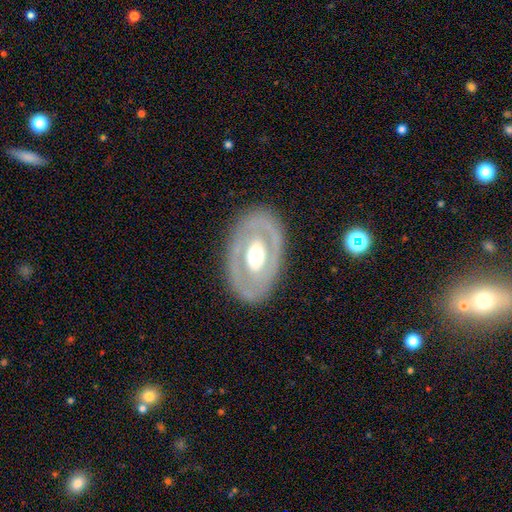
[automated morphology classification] smooth_or_featured: featured or disk (p=0.69) [alt: smooth p=0.26]
disk_edge_on: no (p=0.92) [alt: yes p=0.08]
bar: no (p=0.63) [alt: weak p=0.23]
has_spiral_arms: no (p=0.75) [alt: yes p=0.25]
bulge_size: moderate (p=0.61) [alt: large p=0.28]
merging: none (p=0.83) [alt: minor disturbance p=0.11]